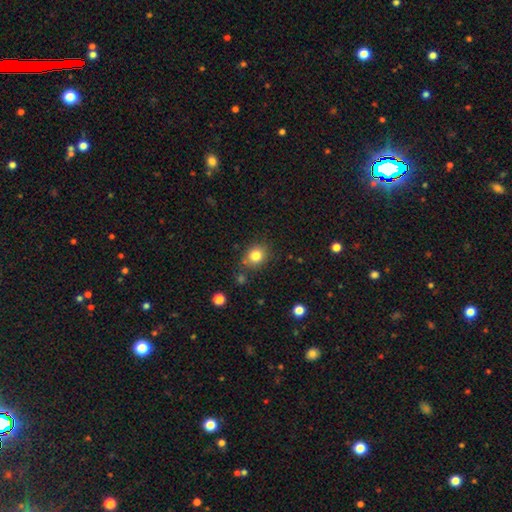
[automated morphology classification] This appears to be a smooth galaxy with no disk features (83%) that is round (70%). Merging: none (77%).